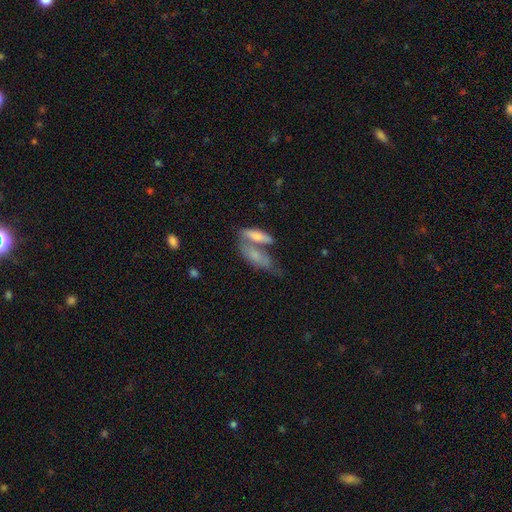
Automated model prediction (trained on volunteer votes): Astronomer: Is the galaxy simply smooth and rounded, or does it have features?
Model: smooth — 65%.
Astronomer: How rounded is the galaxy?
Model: in between — 65%.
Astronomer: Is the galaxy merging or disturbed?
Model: merger — 57%.